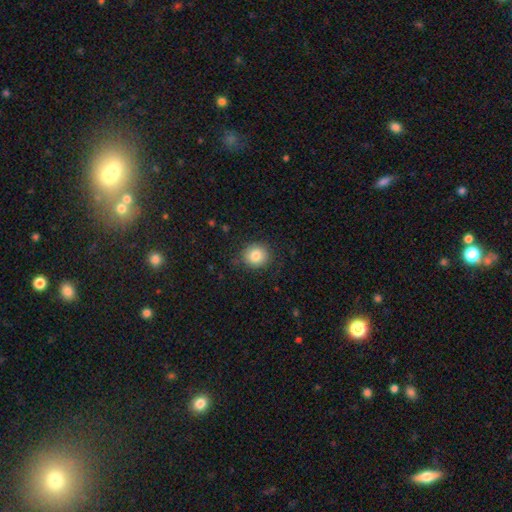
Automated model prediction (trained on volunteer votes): Smooth or featured? Predicted: smooth (p=0.83). How rounded? Predicted: round (p=0.85). Merging? Predicted: none (p=0.86).